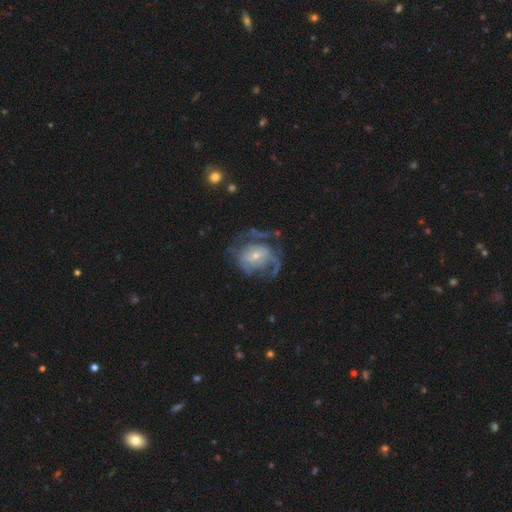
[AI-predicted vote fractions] Q: Smooth or featured?
A: featured or disk (72%); runner-up: smooth (20%)
Q: Edge-on disk?
A: no (97%); runner-up: yes (3%)
Q: Bar?
A: no (61%); runner-up: weak (31%)
Q: Spiral arms?
A: yes (69%); runner-up: no (31%)
Q: Bulge size?
A: small (62%); runner-up: moderate (32%)
Q: Merging?
A: none (40%); runner-up: major disturbance (36%)